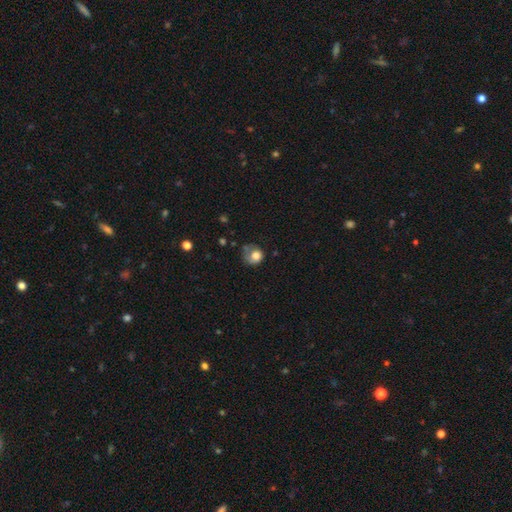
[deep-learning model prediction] Morphology: type=smooth (70%); roundness=round (74%); merging=none (37%).